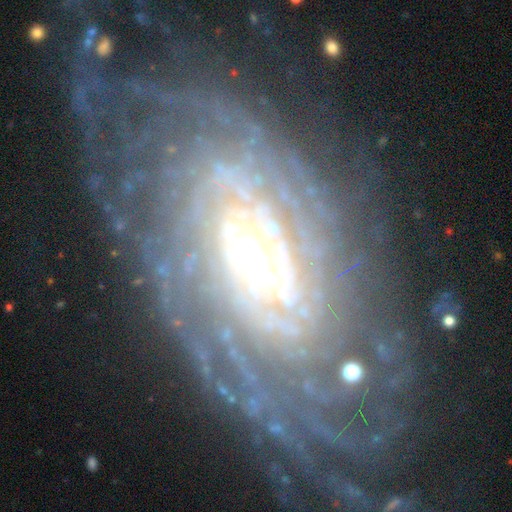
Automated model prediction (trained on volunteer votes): Smooth or featured?
  - featured or disk: 90% *
  - star or artifact: 5%
  - smooth: 4%
Edge-on disk?
  - no: 95% *
  - yes: 5%
Bar?
  - no: 48% *
  - weak: 33%
  - strong: 19%
Spiral arms?
  - yes: 97% *
  - no: 3%
Spiral winding?
  - tight: 78% *
  - medium: 17%
  - loose: 5%
Spiral arm count?
  - can't tell: 31% *
  - more than 4: 27%
  - 4: 14%
  - 2: 10%
  - 3: 10%
  - 1: 8%
Bulge size?
  - moderate: 50% *
  - small: 39%
  - large: 8%
  - none: 2%
  - dominant: 1%
Merging?
  - none: 69% *
  - minor disturbance: 16%
  - major disturbance: 12%
  - merger: 2%